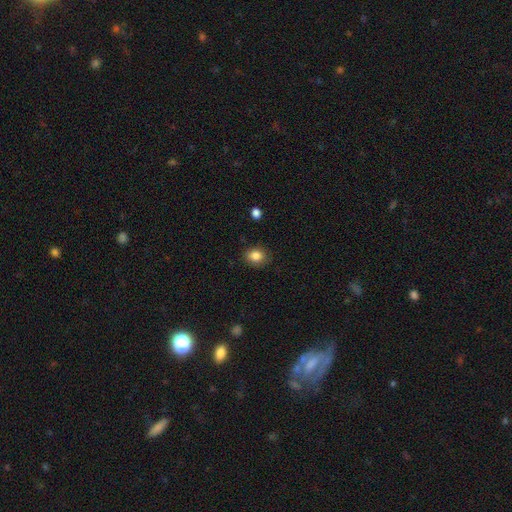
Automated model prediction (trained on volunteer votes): A smooth galaxy with no disk features (85%) that is round (55%). Merging: none (86%).